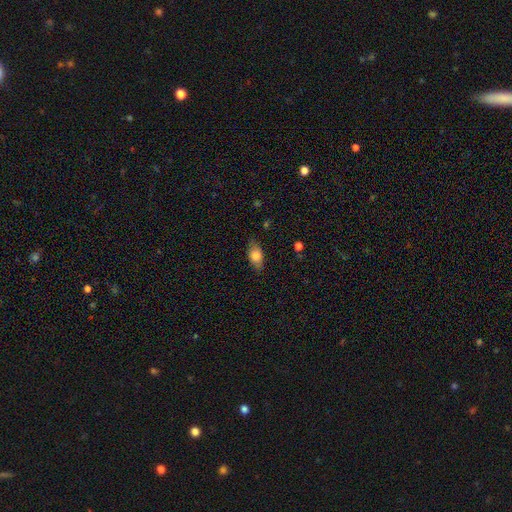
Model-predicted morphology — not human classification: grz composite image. It shows a smooth galaxy with no disk features (78%) that is in between round and cigar-shaped (86%). Merging: none (80%).